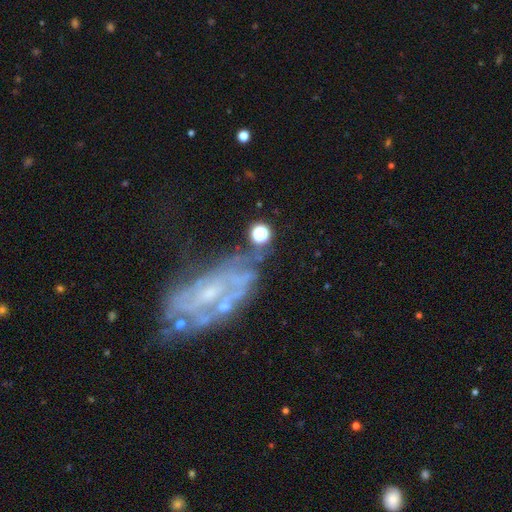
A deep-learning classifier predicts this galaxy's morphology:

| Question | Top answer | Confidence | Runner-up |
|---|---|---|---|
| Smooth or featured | featured or disk | 74% | smooth (15%) |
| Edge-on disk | no | 90% | yes (10%) |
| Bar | no | 54% | weak (34%) |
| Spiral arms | yes | 66% | no (34%) |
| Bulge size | small | 60% | moderate (20%) |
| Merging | none | 45% | minor disturbance (25%) |